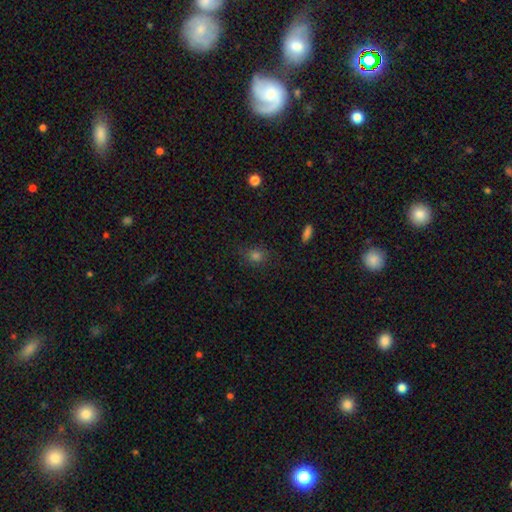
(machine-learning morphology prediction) Overall: smooth (74%). How rounded: round (63%; in between 35%). Merging: none (80%).